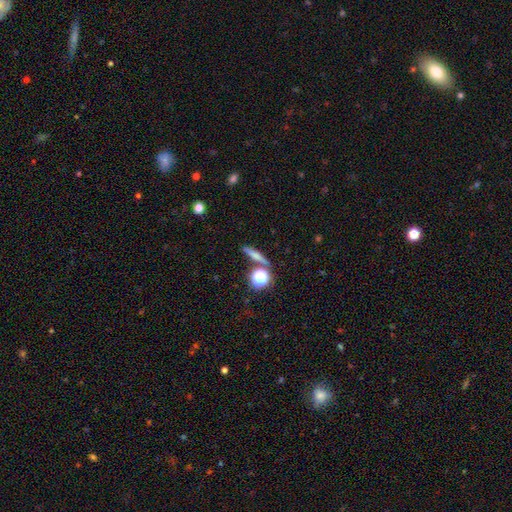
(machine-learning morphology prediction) Smooth or featured? smooth (50%)
Merging? none (79%)